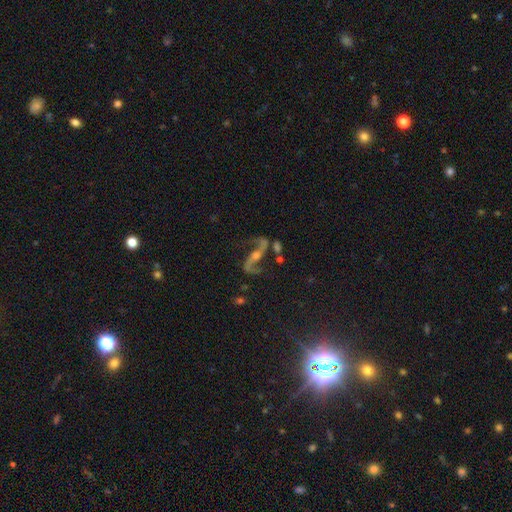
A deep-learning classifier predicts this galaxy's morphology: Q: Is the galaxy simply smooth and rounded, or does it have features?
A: featured or disk — 87%.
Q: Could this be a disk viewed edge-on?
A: no — 93%.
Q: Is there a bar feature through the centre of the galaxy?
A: no — 36%.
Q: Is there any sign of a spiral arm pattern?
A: yes — 96%.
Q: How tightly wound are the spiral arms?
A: loose — 74%.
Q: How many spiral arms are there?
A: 2 — 92%.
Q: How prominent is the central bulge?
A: moderate — 48%.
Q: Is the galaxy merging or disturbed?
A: none — 63%.